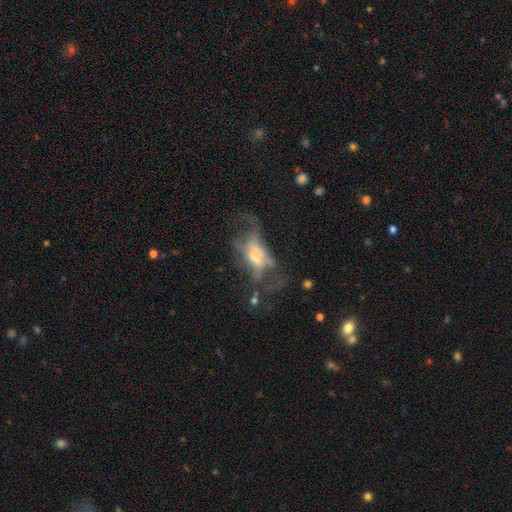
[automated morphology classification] A featured or disk galaxy (56%). Merging: major disturbance (51%).